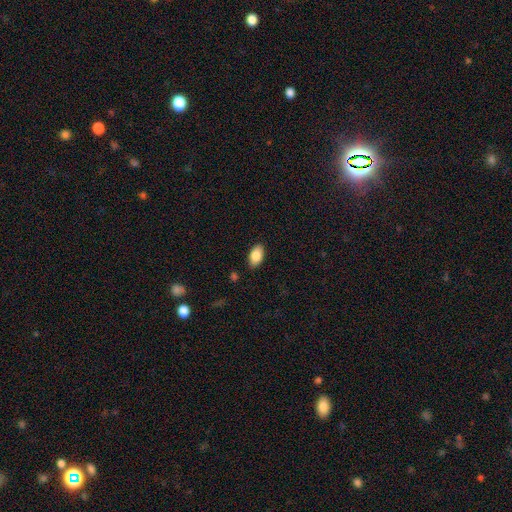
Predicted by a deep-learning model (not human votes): A smooth galaxy with no disk features (85%) that is in between round and cigar-shaped (93%). Merging: none (87%).